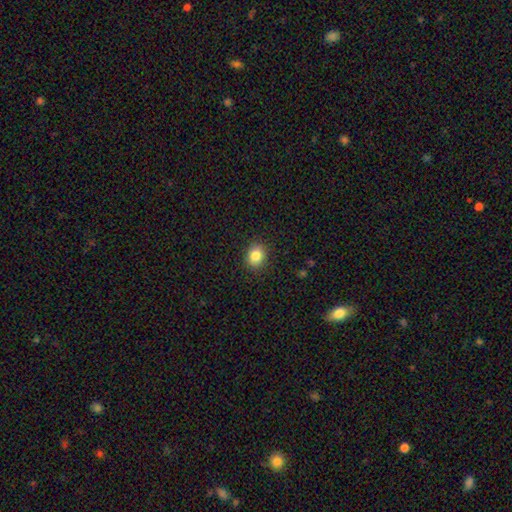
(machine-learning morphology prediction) Smooth or featured?
  - smooth: 84% *
  - star or artifact: 10%
  - featured or disk: 6%
How rounded?
  - round: 61% *
  - in between: 38%
  - cigar-shaped: 1%
Merging?
  - none: 89% *
  - minor disturbance: 7%
  - major disturbance: 2%
  - merger: 1%